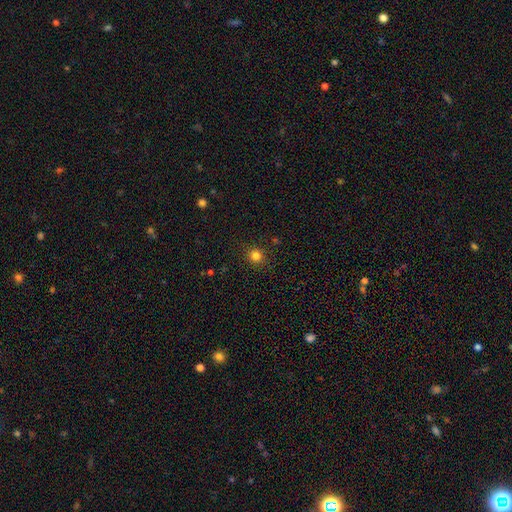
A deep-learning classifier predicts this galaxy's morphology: smooth_or_featured: smooth (p=0.82) [alt: star or artifact p=0.14]
how_rounded: round (p=0.88) [alt: in between p=0.11]
merging: none (p=0.89) [alt: minor disturbance p=0.07]